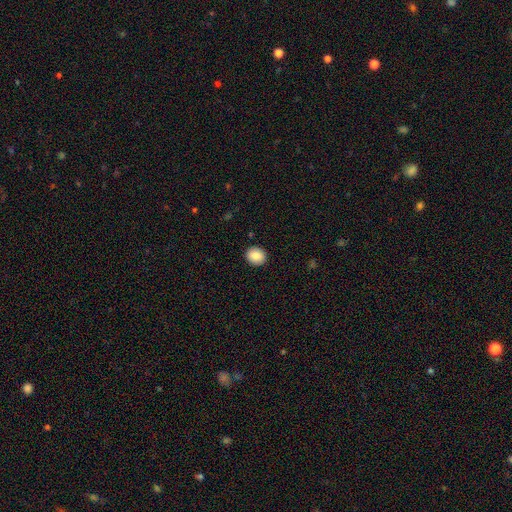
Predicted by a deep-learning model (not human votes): smooth_or_featured: smooth (p=0.86) [alt: star or artifact p=0.08]
how_rounded: round (p=0.79) [alt: in between p=0.20]
merging: none (p=0.92) [alt: minor disturbance p=0.05]